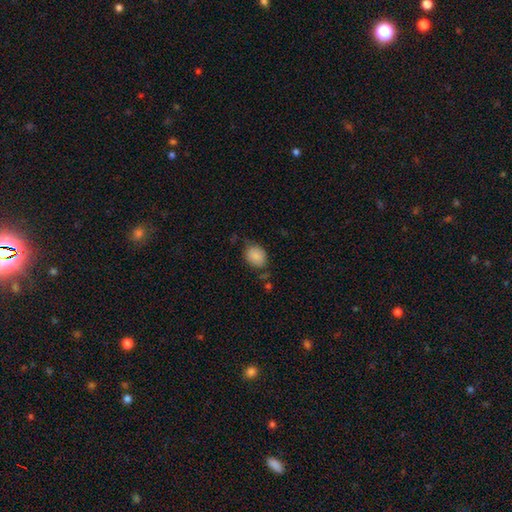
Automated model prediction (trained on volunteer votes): Smooth or featured? Predicted: smooth (p=0.86). How rounded? Predicted: in between (p=0.57). Merging? Predicted: none (p=0.64).